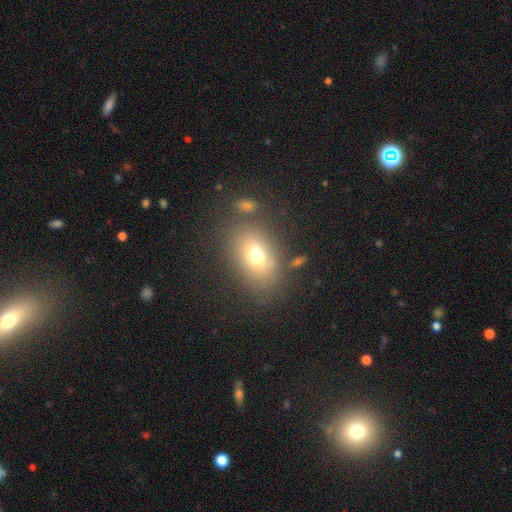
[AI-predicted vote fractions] Overall: smooth (70%). How rounded: in between (74%). Merging: none (74%).